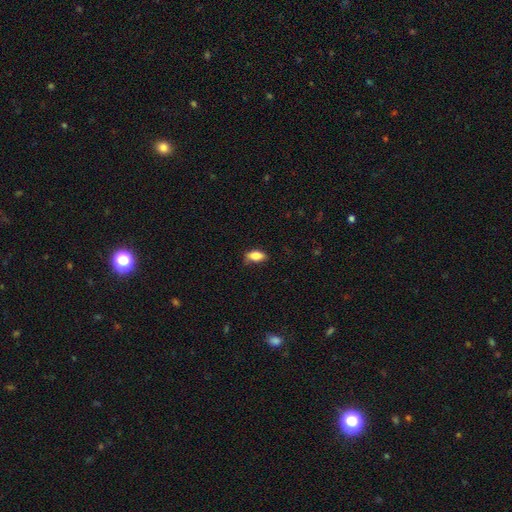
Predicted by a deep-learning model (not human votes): A smooth galaxy with no disk features (83%) that is in between round and cigar-shaped (88%).

Vote fractions:
- Smooth or featured? smooth: 83% / featured or disk: 9% / star or artifact: 7%
- How rounded? in between: 88% / cigar-shaped: 8% / round: 4%
- Merging? none: 64% / minor disturbance: 29% / major disturbance: 6% / merger: 2%